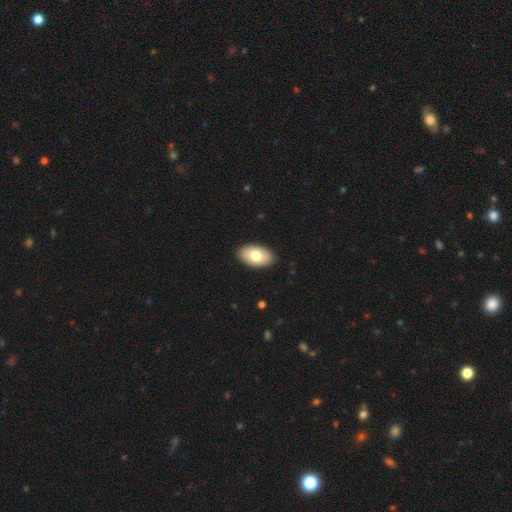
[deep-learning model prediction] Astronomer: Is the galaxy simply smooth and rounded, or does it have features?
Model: smooth — 76%.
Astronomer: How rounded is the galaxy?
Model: in between — 95%.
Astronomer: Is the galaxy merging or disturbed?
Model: none — 90%.